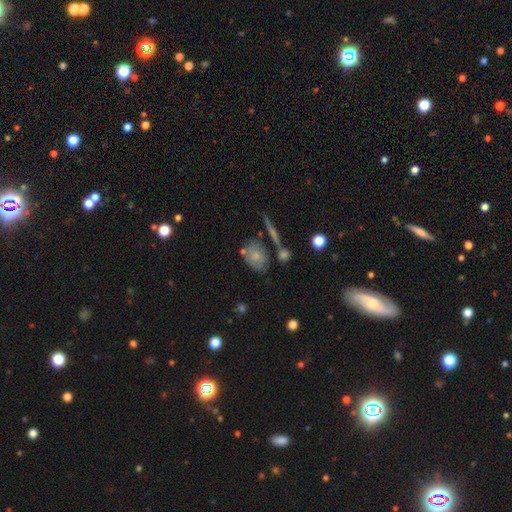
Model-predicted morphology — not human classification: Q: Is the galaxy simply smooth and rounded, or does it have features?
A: smooth — 66%.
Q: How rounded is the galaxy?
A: in between — 66%.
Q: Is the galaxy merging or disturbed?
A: none — 54%.